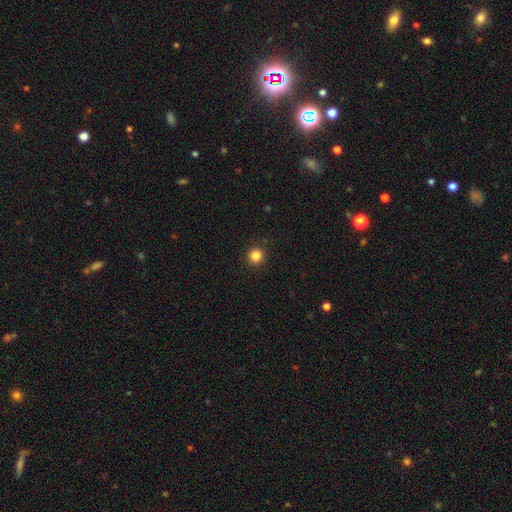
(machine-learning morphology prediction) This appears to be a smooth galaxy with no disk features (84%) that is round (96%). Merging: none (93%).